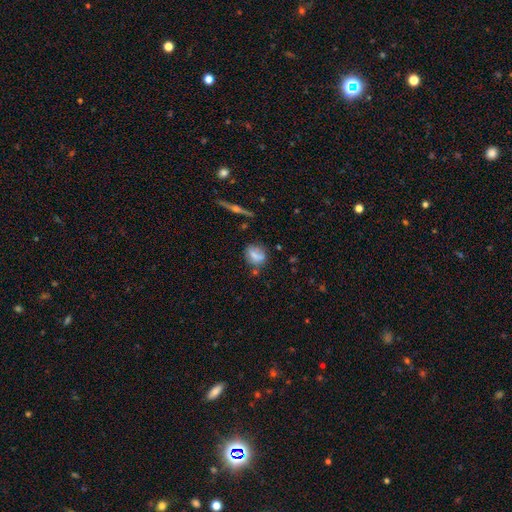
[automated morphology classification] The model was most divided on "how rounded": round: 56%, in between: 40%, cigar-shaped: 4%. More confident: merging — none (67%); smooth or featured — smooth (66%).